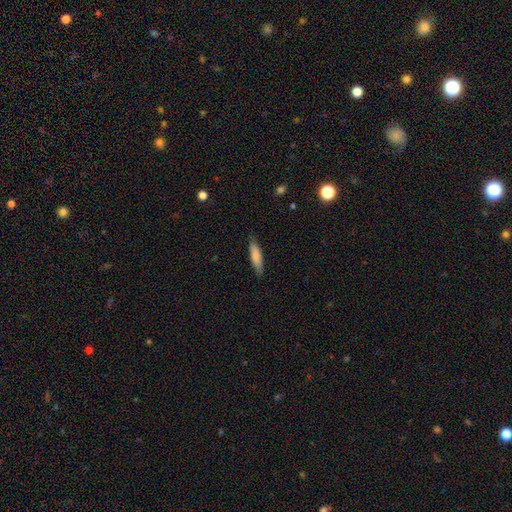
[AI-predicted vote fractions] The model was most divided on "how rounded": cigar-shaped: 68%, in between: 30%, round: 1%. More confident: merging — none (80%); smooth or featured — smooth (79%).